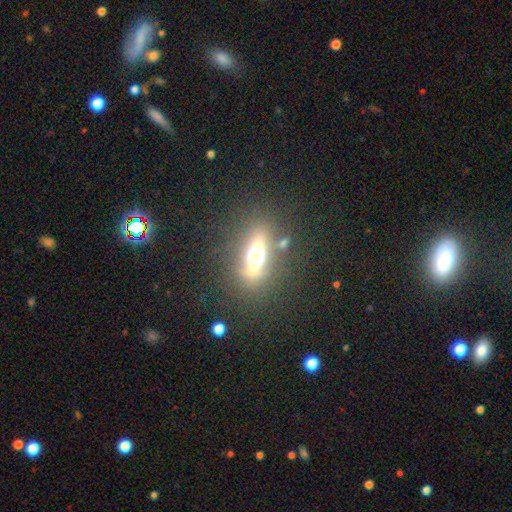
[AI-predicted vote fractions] This is possibly a featured or disk galaxy (49%). Merging: likely none (71%).